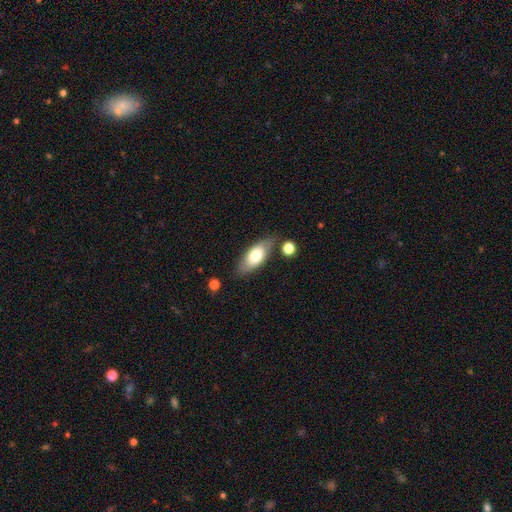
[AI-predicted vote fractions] The model was most divided on "smooth or featured": smooth: 68%, featured or disk: 25%, star or artifact: 6%. More confident: how rounded — in between (82%); merging — none (76%).